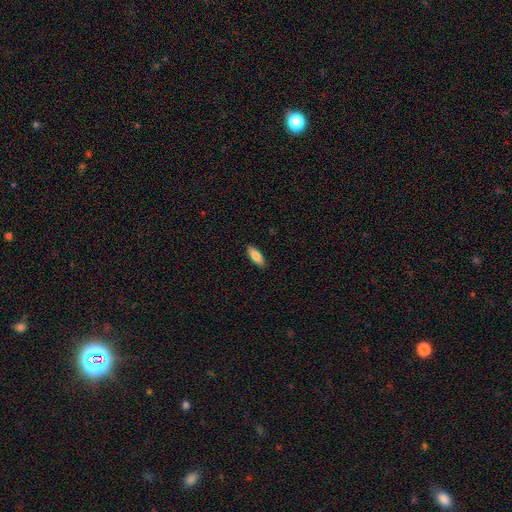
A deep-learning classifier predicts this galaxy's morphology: Smooth or featured? Predicted: smooth (p=0.84). How rounded? Predicted: in between (p=0.66). Merging? Predicted: none (p=0.89).